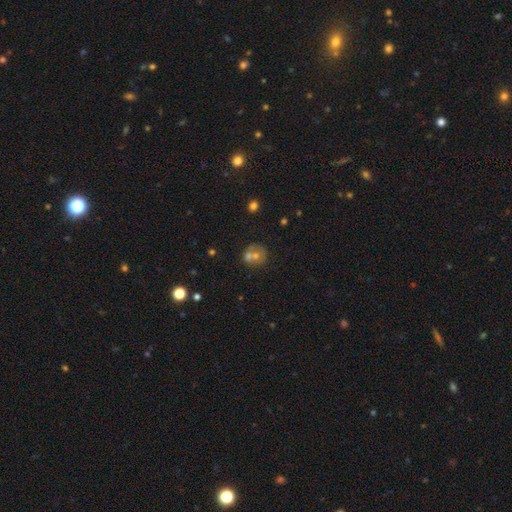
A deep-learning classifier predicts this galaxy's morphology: Smooth or featured? smooth (52%)
How rounded? round (73%)
Merging? none (43%)